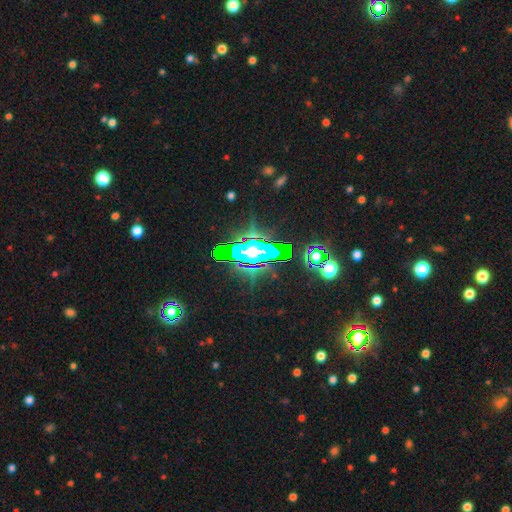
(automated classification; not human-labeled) Smooth or featured: star or artifact — 61% (featured or disk — 22%)